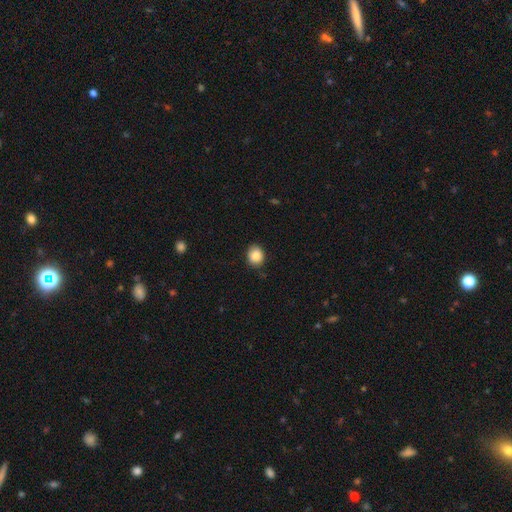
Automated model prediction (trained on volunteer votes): The model was most divided on "how rounded": round: 67%, in between: 32%, cigar-shaped: 1%. More confident: merging — none (86%); smooth or featured — smooth (85%).